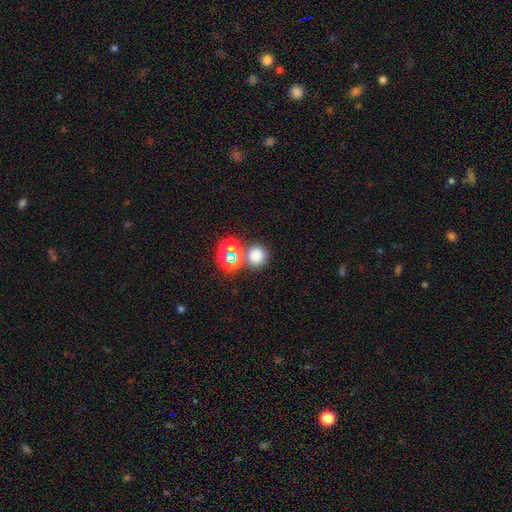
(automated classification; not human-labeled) A smooth galaxy with no disk features (73%) that is round (90%).

Vote fractions:
- Smooth or featured? smooth: 73% / star or artifact: 21% / featured or disk: 6%
- How rounded? round: 90% / in between: 9% / cigar-shaped: 1%
- Merging? none: 69% / merger: 20% / minor disturbance: 8% / major disturbance: 3%